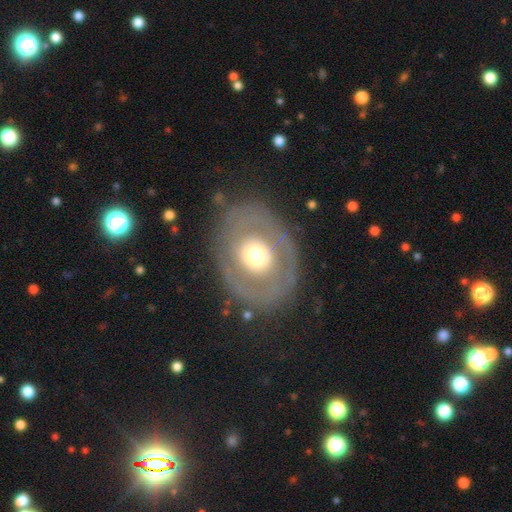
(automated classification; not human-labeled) smooth-or-featured: featured or disk: 57% | smooth: 37% | star or artifact: 6%
  disk-edge-on: no: 94% | yes: 6%
    bar: no: 83% | weak: 12% | strong: 5%
    has-spiral-arms: no: 76% | yes: 24%
    bulge-size: moderate: 57% | large: 29% | small: 8% | dominant: 4% | none: 1%
  merging: none: 77% | minor disturbance: 12% | major disturbance: 9% | merger: 2%